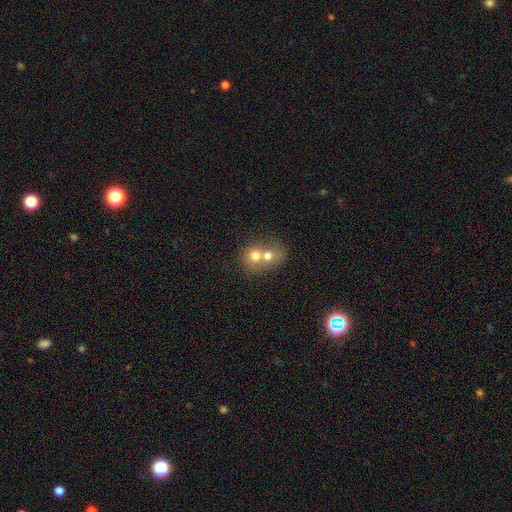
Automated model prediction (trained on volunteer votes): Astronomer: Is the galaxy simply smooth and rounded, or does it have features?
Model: smooth — 67%.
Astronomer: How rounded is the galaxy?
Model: round — 68%.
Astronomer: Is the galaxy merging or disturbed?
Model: merger — 70%.